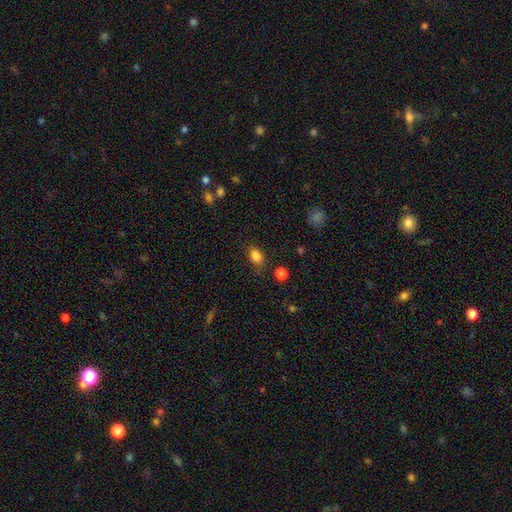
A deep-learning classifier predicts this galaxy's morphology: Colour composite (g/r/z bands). It shows a smooth galaxy with no disk features (84%) that is in between round and cigar-shaped (77%). Merging: none (75%).